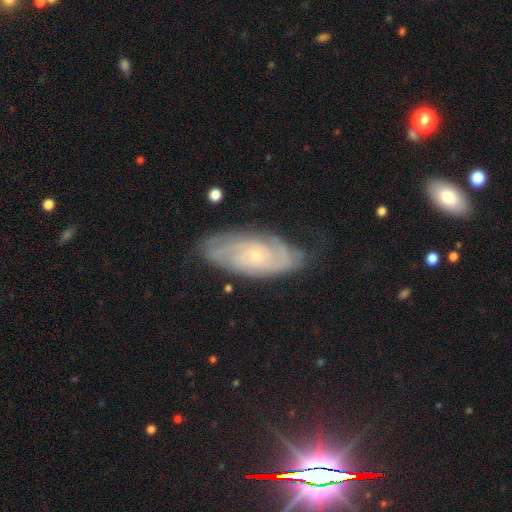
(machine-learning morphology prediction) Smooth or featured? Predicted: featured or disk (p=0.78). Edge-on disk? Predicted: no (p=0.93). Bar? Predicted: no (p=0.77). Spiral arms? Predicted: yes (p=0.93). Spiral winding? Predicted: tight (p=0.68). Spiral arm count? Predicted: can't tell (p=0.43). Bulge size? Predicted: small (p=0.81). Merging? Predicted: none (p=0.70).